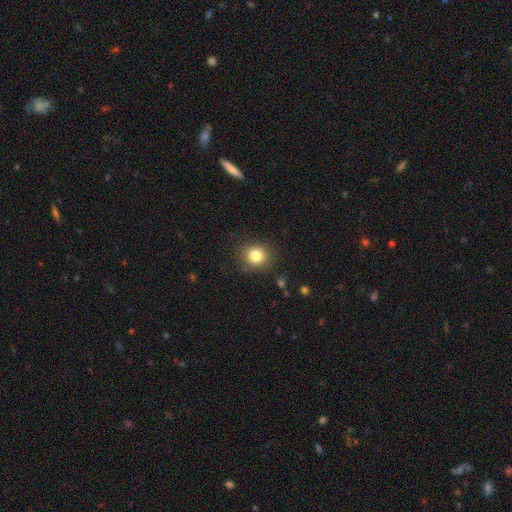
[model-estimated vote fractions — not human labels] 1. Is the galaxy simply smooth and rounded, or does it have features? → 82% smooth, 12% star or artifact, 6% featured or disk.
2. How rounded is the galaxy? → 84% round, 15% in between, 1% cigar-shaped.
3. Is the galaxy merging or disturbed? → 86% none, 10% minor disturbance, 3% major disturbance, 2% merger.